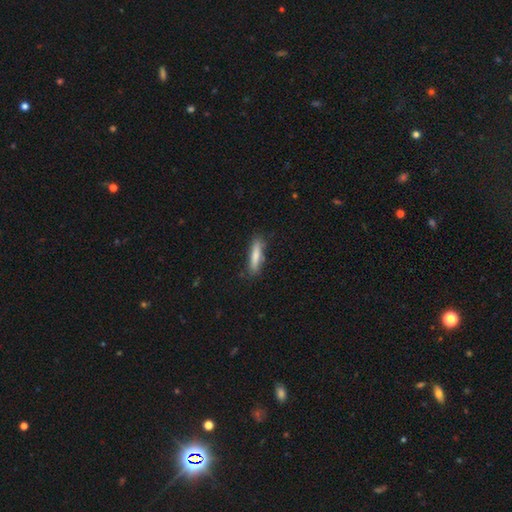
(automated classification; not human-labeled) Smooth or featured? Predicted: smooth (p=0.79). How rounded? Predicted: cigar-shaped (p=0.81). Merging? Predicted: none (p=0.80).